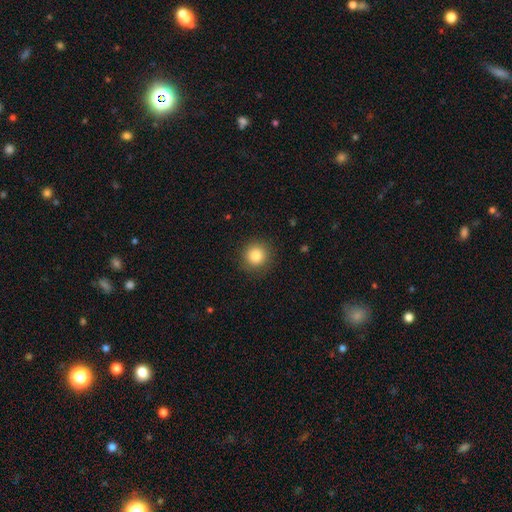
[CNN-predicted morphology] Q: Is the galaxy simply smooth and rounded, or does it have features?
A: smooth — 84%.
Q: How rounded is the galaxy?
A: round — 94%.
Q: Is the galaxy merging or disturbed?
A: none — 90%.